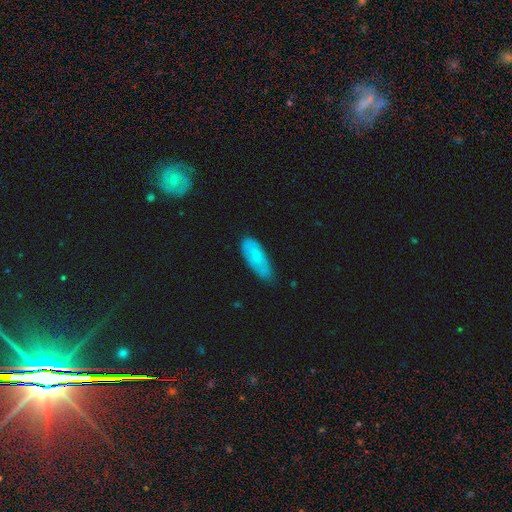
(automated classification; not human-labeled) Overall: smooth (70%). How rounded: in between (71%). Merging: none (58%; minor disturbance 33%).